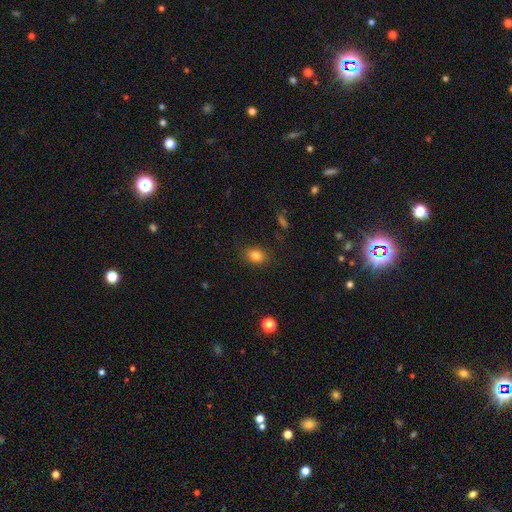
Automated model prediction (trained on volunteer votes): A smooth galaxy with no disk features (82%) that is in between round and cigar-shaped (70%).

Vote fractions:
- Smooth or featured? smooth: 82% / star or artifact: 11% / featured or disk: 7%
- How rounded? in between: 70% / round: 28% / cigar-shaped: 1%
- Merging? none: 85% / minor disturbance: 11% / major disturbance: 3% / merger: 1%